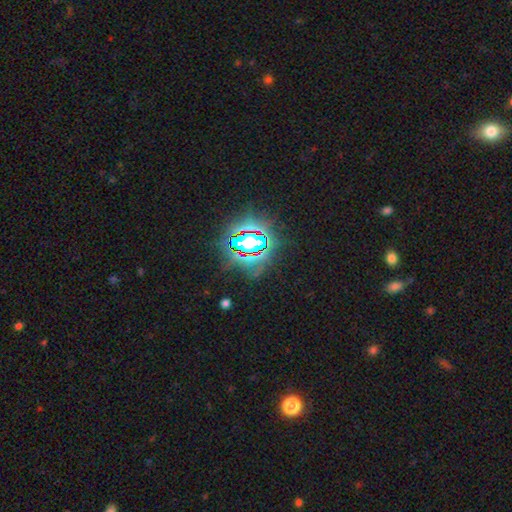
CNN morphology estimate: The model was most divided on "smooth or featured": star or artifact: 83%, smooth: 10%, featured or disk: 7%.